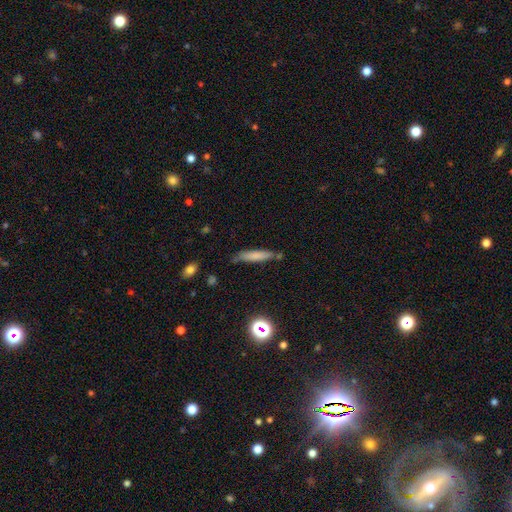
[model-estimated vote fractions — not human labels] Q: Smooth or featured?
A: smooth (73%); runner-up: featured or disk (18%)
Q: How rounded?
A: cigar-shaped (86%); runner-up: in between (12%)
Q: Merging?
A: none (72%); runner-up: minor disturbance (19%)